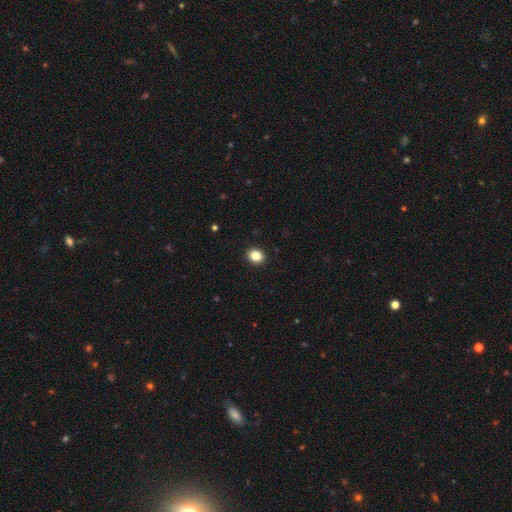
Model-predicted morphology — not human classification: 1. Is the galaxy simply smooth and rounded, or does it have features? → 85% smooth, 10% star or artifact, 5% featured or disk.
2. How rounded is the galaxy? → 64% round, 35% in between, 1% cigar-shaped.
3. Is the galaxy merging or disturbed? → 92% none, 5% minor disturbance, 2% major disturbance, 1% merger.